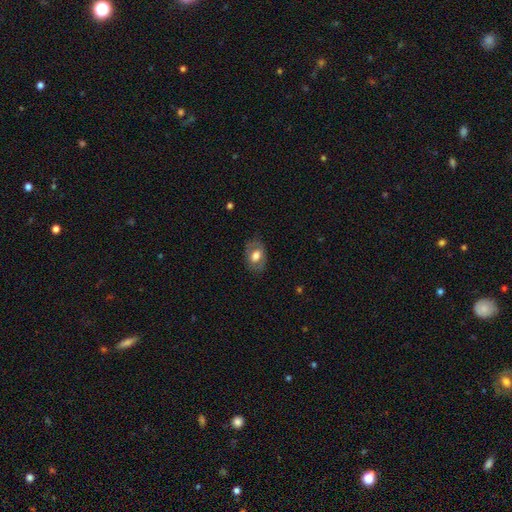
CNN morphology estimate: A smooth galaxy with no disk features (58%) that is in between round and cigar-shaped (83%). Merging: none (78%).